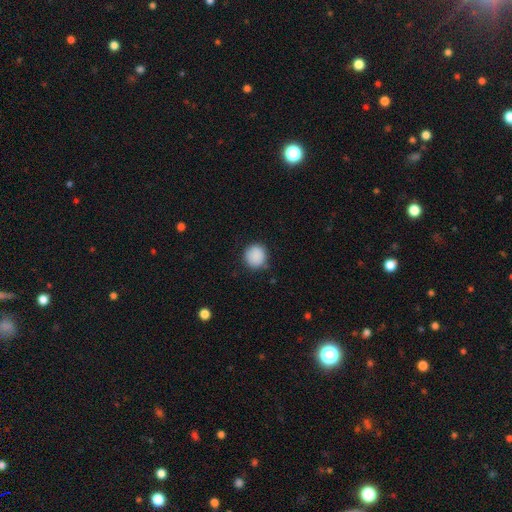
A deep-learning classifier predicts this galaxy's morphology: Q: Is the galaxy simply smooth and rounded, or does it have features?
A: smooth — 89%.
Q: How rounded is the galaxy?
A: round — 89%.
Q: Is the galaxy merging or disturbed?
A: none — 84%.